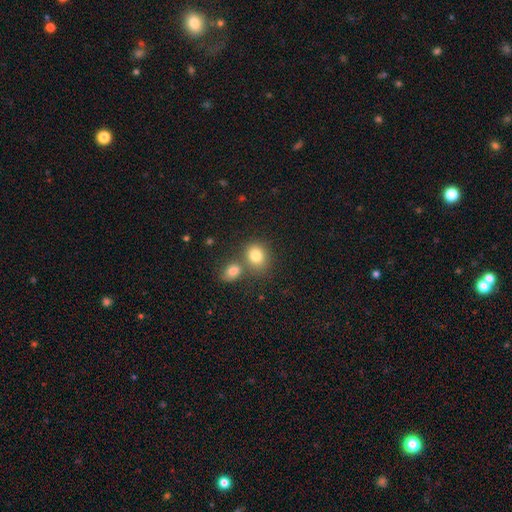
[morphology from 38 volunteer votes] Smooth or featured? smooth (92%)
How rounded? in between (57%)
Merging? none (46%)